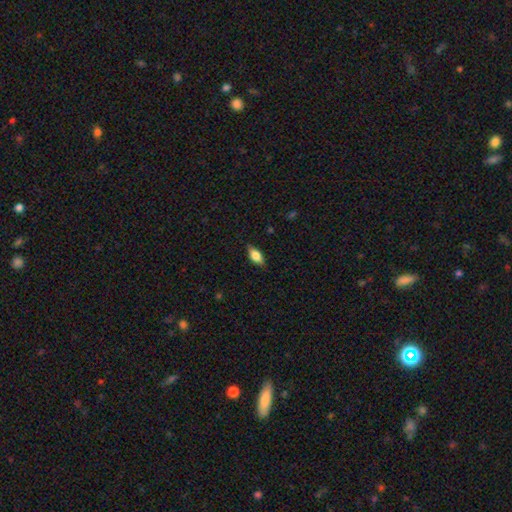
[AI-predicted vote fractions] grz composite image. It shows a smooth galaxy with no disk features (80%) that is in between round and cigar-shaped (89%). Merging: none (83%).